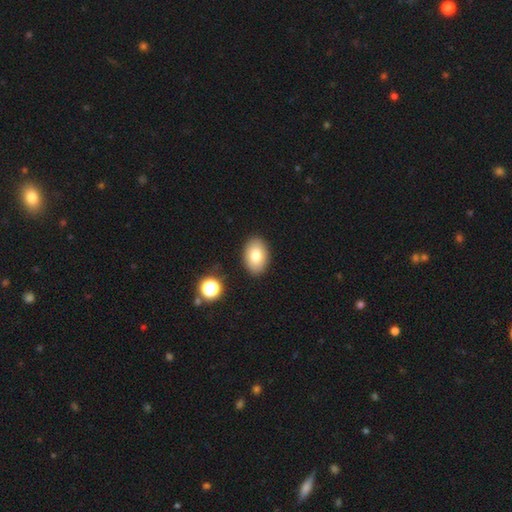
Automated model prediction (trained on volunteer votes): Smooth or featured? smooth (81%)
How rounded? in between (88%)
Merging? none (88%)